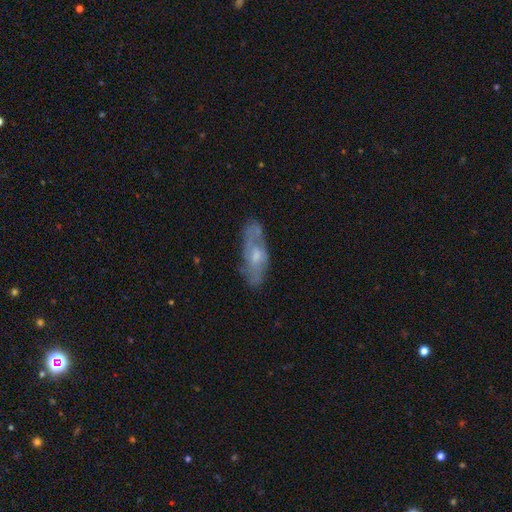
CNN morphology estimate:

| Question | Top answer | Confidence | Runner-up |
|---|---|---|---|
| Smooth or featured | featured or disk | 62% | smooth (30%) |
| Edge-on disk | no | 80% | yes (20%) |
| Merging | none | 67% | minor disturbance (22%) |